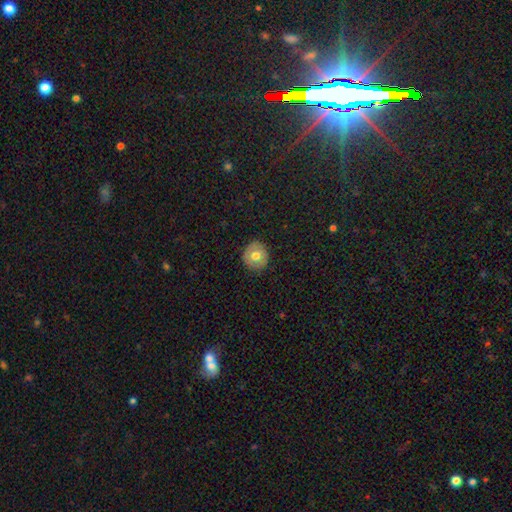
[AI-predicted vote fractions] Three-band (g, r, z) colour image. It shows a smooth galaxy with no disk features (69%) that is round (91%). Merging: none (90%).